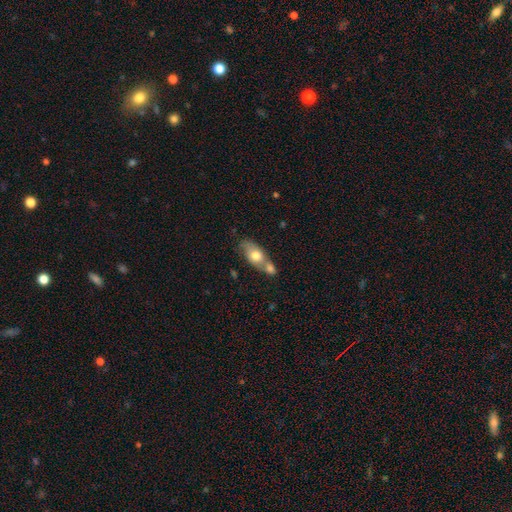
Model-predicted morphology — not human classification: Smooth or featured? smooth (66%)
How rounded? in between (78%)
Merging? merger (52%)